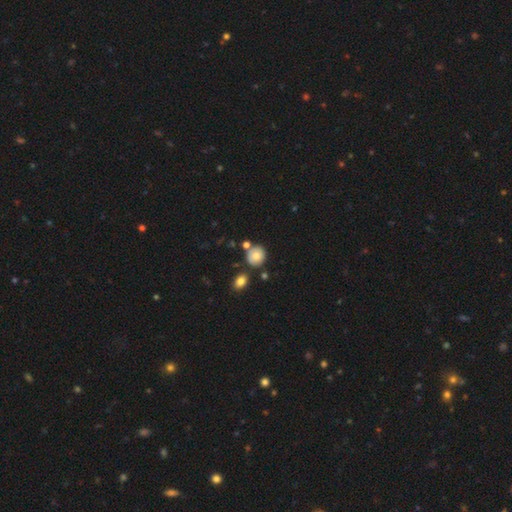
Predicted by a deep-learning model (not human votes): Morphology: type=smooth (78%); roundness=round (83%); merging=none (71%).